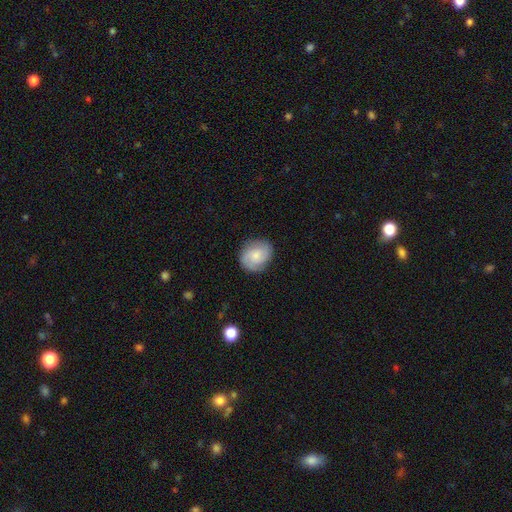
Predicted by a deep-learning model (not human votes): The model was most divided on "smooth or featured": smooth: 51%, featured or disk: 41%, star or artifact: 7%. More confident: merging — none (82%); how rounded — round (62%).